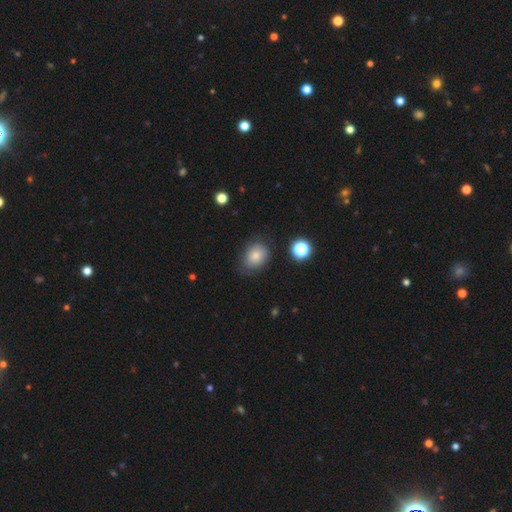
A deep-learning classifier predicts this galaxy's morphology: Smooth or featured? Predicted: smooth (p=0.80). How rounded? Predicted: in between (p=0.58). Merging? Predicted: none (p=0.73).